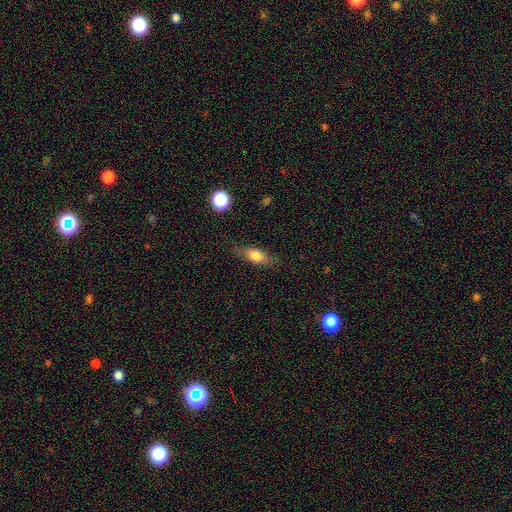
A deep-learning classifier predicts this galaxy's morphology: Smooth or featured? smooth (70%)
How rounded? in between (68%)
Merging? none (79%)